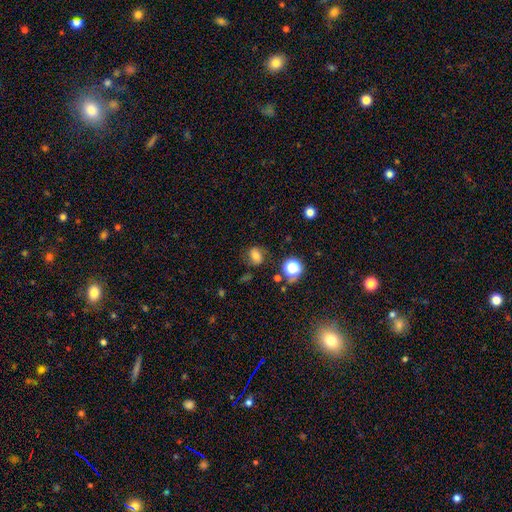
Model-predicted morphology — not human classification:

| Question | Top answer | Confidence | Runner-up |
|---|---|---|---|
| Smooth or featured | smooth | 65% | featured or disk (19%) |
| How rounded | in between | 52% | round (46%) |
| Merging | none | 69% | minor disturbance (18%) |